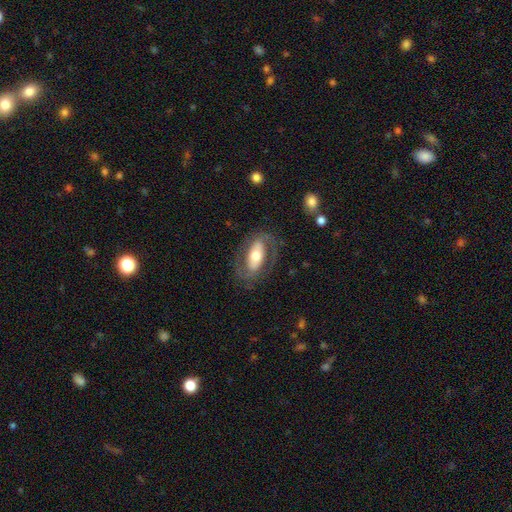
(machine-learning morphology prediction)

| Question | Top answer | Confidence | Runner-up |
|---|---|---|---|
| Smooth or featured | featured or disk | 63% | smooth (31%) |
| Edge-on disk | no | 88% | yes (12%) |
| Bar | strong | 39% | no (36%) |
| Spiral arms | yes | 62% | no (38%) |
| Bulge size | moderate | 62% | large (20%) |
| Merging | none | 74% | minor disturbance (14%) |